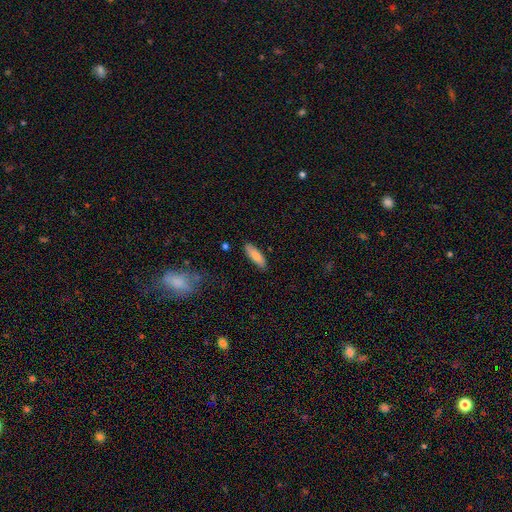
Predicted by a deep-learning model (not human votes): smooth 82%, featured or disk 12%, star or artifact 6%. Down the decision tree: how rounded — in between (51%); merging — none (86%).